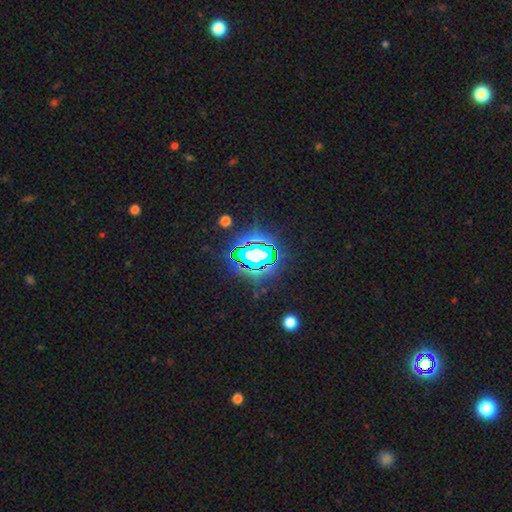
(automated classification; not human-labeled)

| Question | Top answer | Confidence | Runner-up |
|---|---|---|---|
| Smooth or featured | star or artifact | 73% | smooth (15%) |